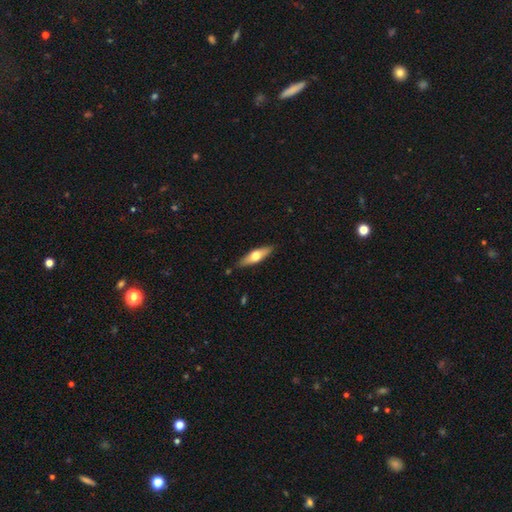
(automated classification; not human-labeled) The model was most divided on "smooth or featured": smooth: 51%, featured or disk: 44%, star or artifact: 5%. More confident: merging — none (87%); how rounded — cigar-shaped (58%).